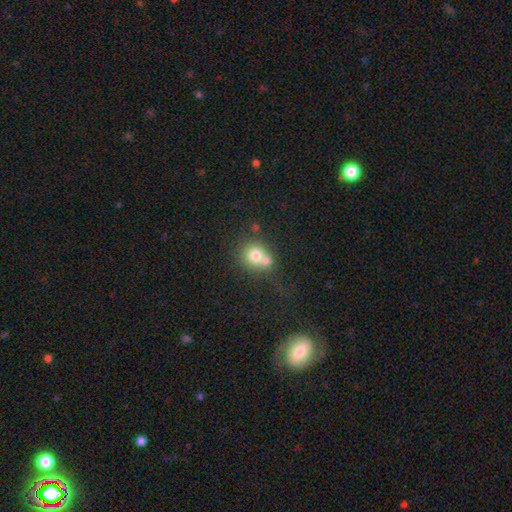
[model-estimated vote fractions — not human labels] Smooth or featured: smooth — 71% (featured or disk — 18%)
How rounded: round — 81% (in between — 18%)
Merging: merger — 51% (none — 37%)